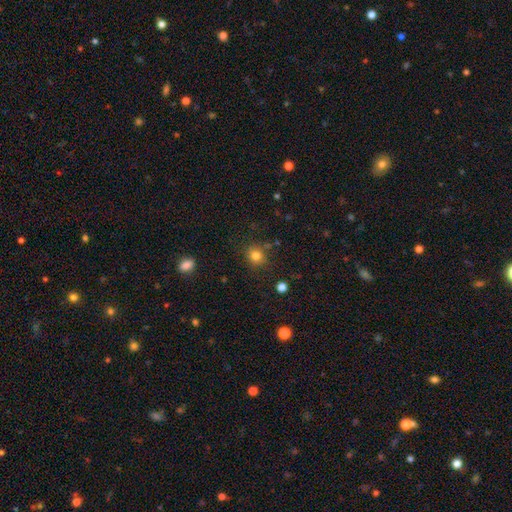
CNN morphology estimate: smooth_or_featured: smooth (p=0.81) [alt: star or artifact p=0.13]
how_rounded: round (p=0.86) [alt: in between p=0.13]
merging: none (p=0.82) [alt: minor disturbance p=0.10]